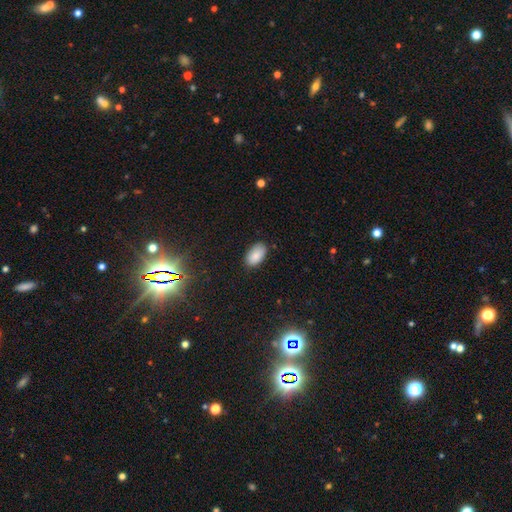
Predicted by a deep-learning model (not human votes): Morphology: type=smooth (87%); roundness=in between (94%); merging=none (84%).